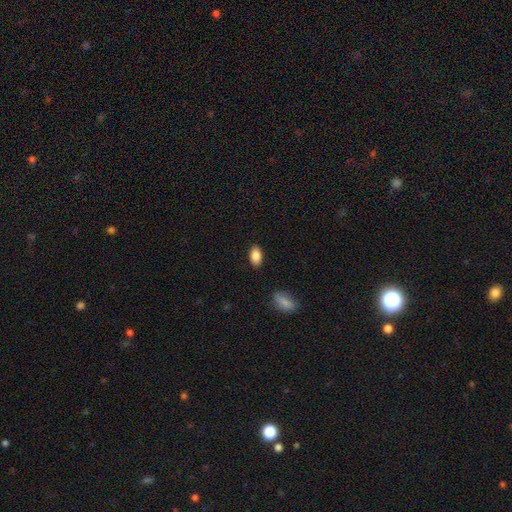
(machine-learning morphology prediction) Overall: smooth (87%). How rounded: in between (92%). Merging: none (87%).